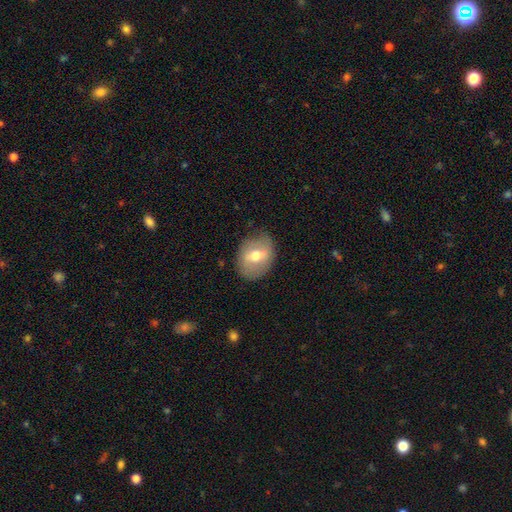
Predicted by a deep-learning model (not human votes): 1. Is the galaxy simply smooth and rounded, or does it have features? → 50% smooth, 42% featured or disk, 7% star or artifact.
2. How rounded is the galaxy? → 57% in between, 41% round, 1% cigar-shaped.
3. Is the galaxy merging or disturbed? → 80% none, 15% minor disturbance, 5% major disturbance, 1% merger.